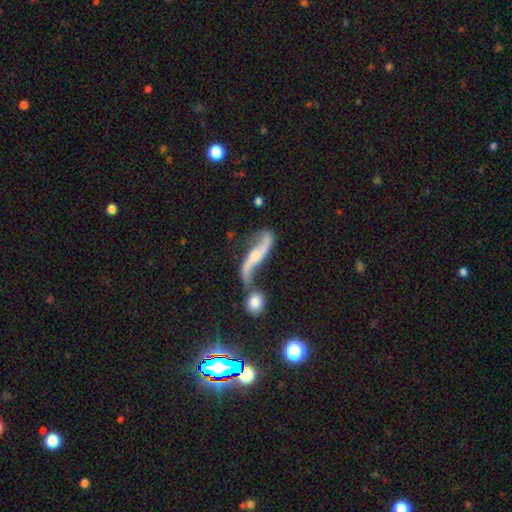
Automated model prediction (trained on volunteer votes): A featured or disk galaxy (81%) with no bar (53%), 2 (92%) loose (90%) spiral arms (92%) and a small central bulge (39%).

Vote fractions:
- Smooth or featured? featured or disk: 81% / smooth: 13% / star or artifact: 7%
- Edge-on disk? no: 82% / yes: 18%
- Bar? no: 53% / weak: 31% / strong: 16%
- Spiral arms? yes: 92% / no: 8%
- Spiral winding? loose: 90% / medium: 7% / tight: 3%
- Spiral arm count? 2: 92% / 1: 3% / can't tell: 2% / 3: 1% / 4: 1% / more than 4: 1%
- Bulge size? small: 39% / moderate: 35% / none: 18% / large: 6% / dominant: 2%
- Merging? none: 39% / merger: 34% / minor disturbance: 16% / major disturbance: 12%